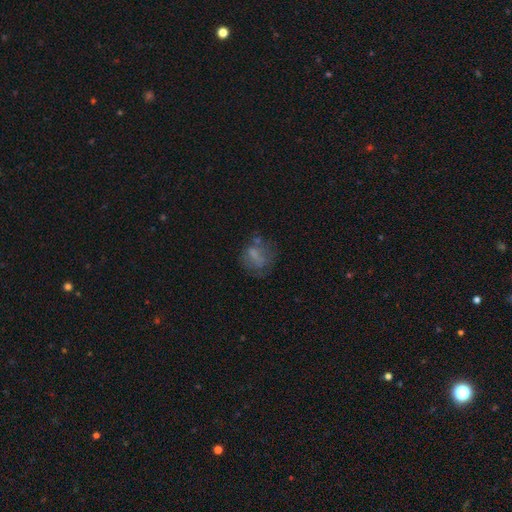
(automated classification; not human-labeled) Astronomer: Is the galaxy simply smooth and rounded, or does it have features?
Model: smooth — 54% (runner-up: featured or disk, 30%).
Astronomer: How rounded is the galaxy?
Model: round — 52% (runner-up: in between, 45%).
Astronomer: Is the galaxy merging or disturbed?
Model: none — 47% (runner-up: major disturbance, 24%).